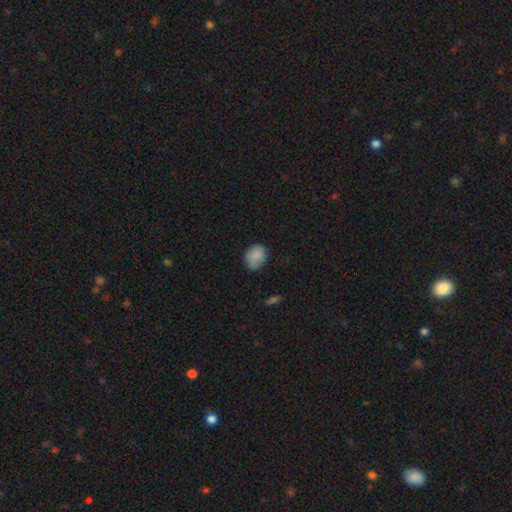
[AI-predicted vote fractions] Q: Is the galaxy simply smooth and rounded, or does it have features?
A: smooth — 84%.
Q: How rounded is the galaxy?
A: in between — 52%.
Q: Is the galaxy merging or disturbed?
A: none — 71%.